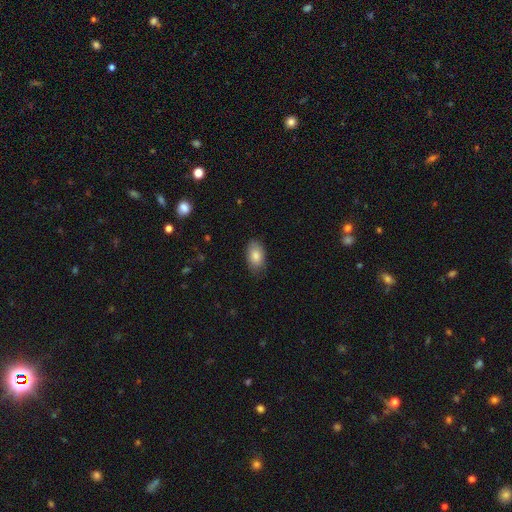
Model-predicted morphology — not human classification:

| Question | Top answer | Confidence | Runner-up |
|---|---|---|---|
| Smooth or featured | smooth | 84% | featured or disk (9%) |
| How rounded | in between | 92% | round (6%) |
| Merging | none | 80% | minor disturbance (16%) |